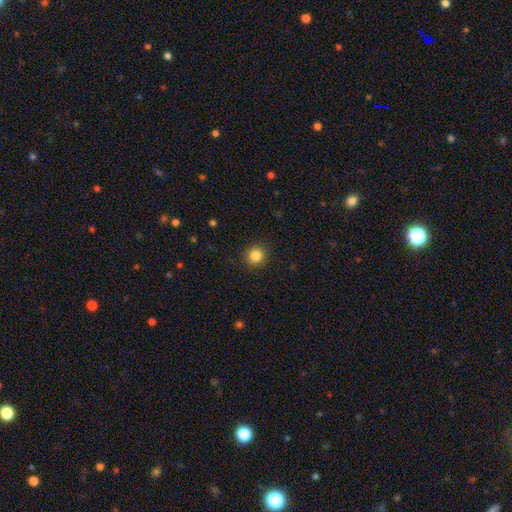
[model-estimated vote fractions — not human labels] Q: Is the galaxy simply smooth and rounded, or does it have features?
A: smooth — 85%.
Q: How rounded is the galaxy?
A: round — 90%.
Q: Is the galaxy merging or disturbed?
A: none — 91%.